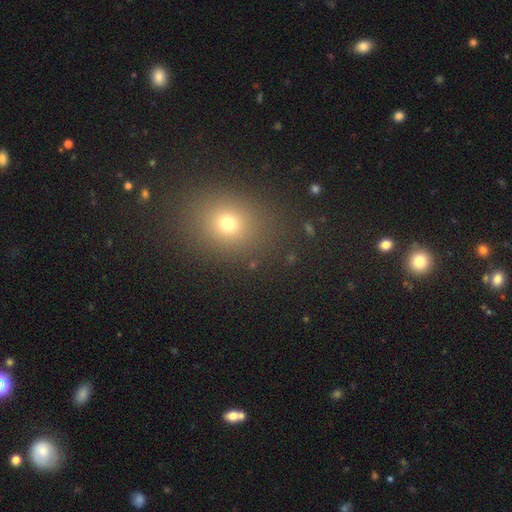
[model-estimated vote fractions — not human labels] A smooth galaxy with no disk features (63%) that is round (55%).

Vote fractions:
- Smooth or featured? smooth: 63% / star or artifact: 29% / featured or disk: 8%
- How rounded? round: 55% / in between: 44% / cigar-shaped: 1%
- Merging? none: 90% / minor disturbance: 6% / major disturbance: 3% / merger: 1%